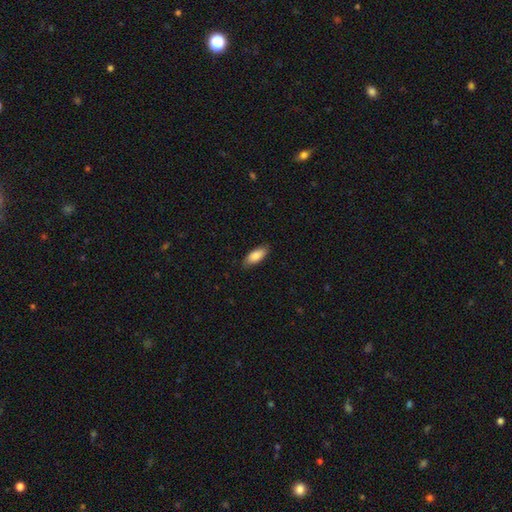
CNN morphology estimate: Overall: smooth (85%). How rounded: in between (82%). Merging: none (85%).